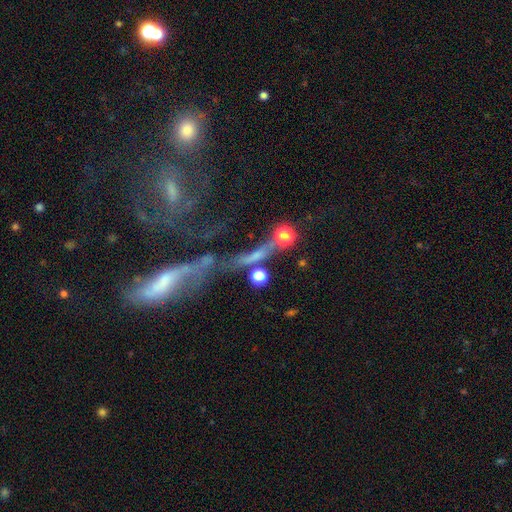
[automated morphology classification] Q: Smooth or featured?
A: featured or disk (39%); runner-up: smooth (36%)
Q: Merging?
A: none (38%); runner-up: merger (31%)